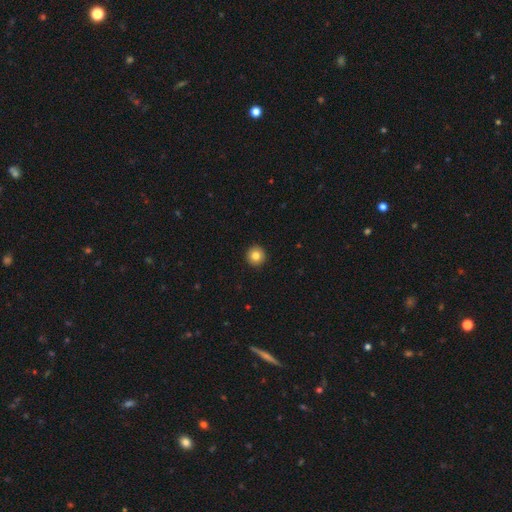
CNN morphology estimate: Smooth or featured? Predicted: smooth (p=0.83). How rounded? Predicted: round (p=0.95). Merging? Predicted: none (p=0.93).